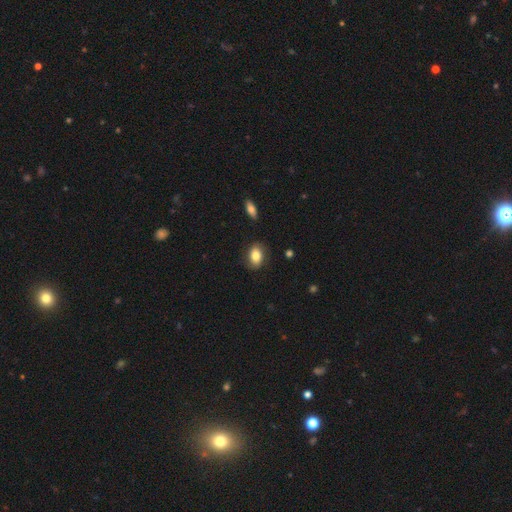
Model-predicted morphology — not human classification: Q: Smooth or featured?
A: smooth (81%); runner-up: featured or disk (11%)
Q: How rounded?
A: in between (79%); runner-up: round (19%)
Q: Merging?
A: none (83%); runner-up: minor disturbance (12%)